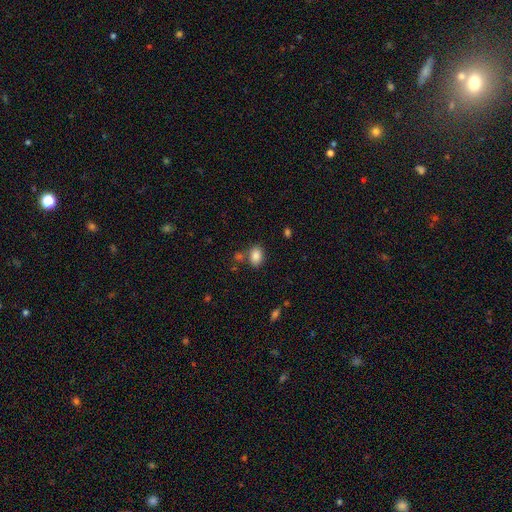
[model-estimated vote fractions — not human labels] Q: Smooth or featured?
A: smooth (86%); runner-up: star or artifact (9%)
Q: How rounded?
A: in between (75%); runner-up: round (24%)
Q: Merging?
A: none (72%); runner-up: minor disturbance (13%)